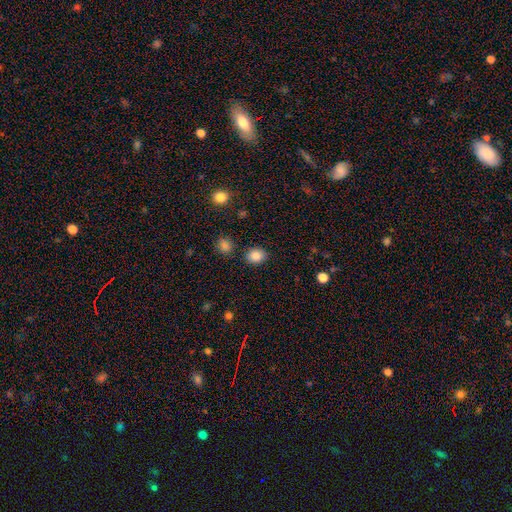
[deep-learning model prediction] A smooth galaxy with no disk features (86%) that is round (59%).

Vote fractions:
- Smooth or featured? smooth: 86% / star or artifact: 10% / featured or disk: 5%
- How rounded? round: 59% / in between: 40% / cigar-shaped: 1%
- Merging? none: 87% / minor disturbance: 8% / merger: 3% / major disturbance: 2%